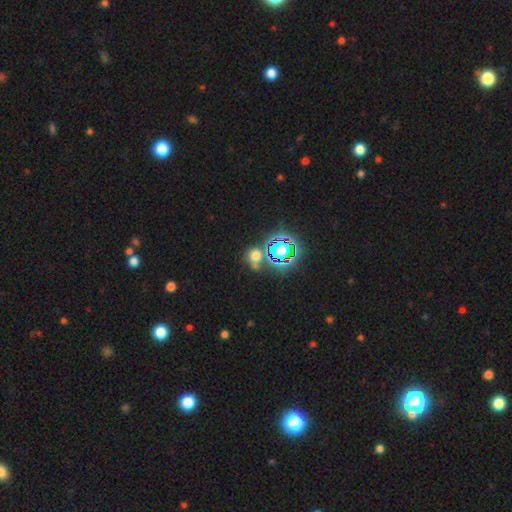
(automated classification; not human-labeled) This appears to be a star or artifact, not a galaxy (45%, tied with smooth).